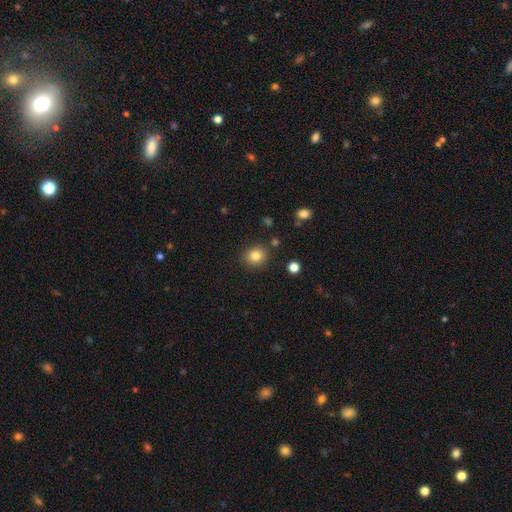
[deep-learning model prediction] Smooth or featured?
  - smooth: 82% *
  - star or artifact: 11%
  - featured or disk: 6%
How rounded?
  - round: 78% *
  - in between: 22%
  - cigar-shaped: 1%
Merging?
  - none: 86% *
  - minor disturbance: 8%
  - merger: 3%
  - major disturbance: 3%